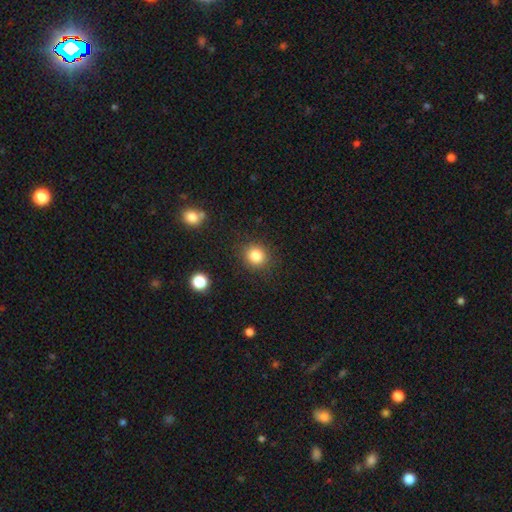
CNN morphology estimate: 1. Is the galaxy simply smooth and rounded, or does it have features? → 83% smooth, 12% star or artifact, 6% featured or disk.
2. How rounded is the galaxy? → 89% round, 10% in between, 1% cigar-shaped.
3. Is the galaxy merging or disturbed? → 88% none, 7% minor disturbance, 3% major disturbance, 2% merger.